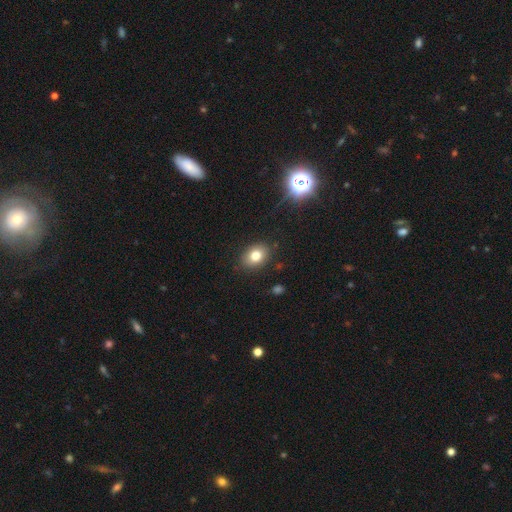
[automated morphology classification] smooth_or_featured: smooth (p=0.78) [alt: star or artifact p=0.12]
how_rounded: in between (p=0.68) [alt: round p=0.31]
merging: none (p=0.86) [alt: minor disturbance p=0.10]